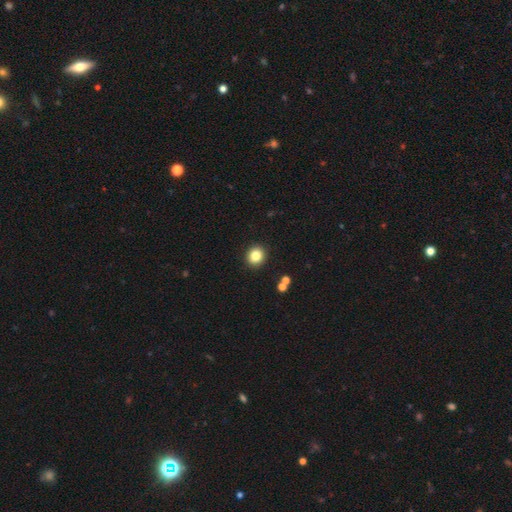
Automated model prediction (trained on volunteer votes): Smooth or featured? Predicted: smooth (p=0.84). How rounded? Predicted: round (p=0.80). Merging? Predicted: none (p=0.91).